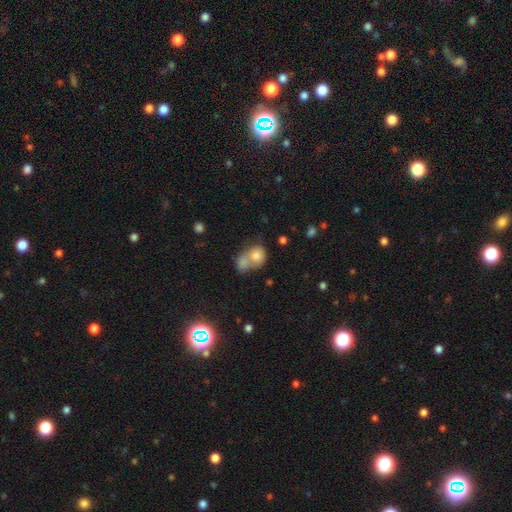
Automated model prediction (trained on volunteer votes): Smooth or featured?
  - smooth: 80% *
  - featured or disk: 11%
  - star or artifact: 9%
How rounded?
  - round: 64% *
  - in between: 35%
  - cigar-shaped: 1%
Merging?
  - merger: 65% *
  - none: 24%
  - minor disturbance: 7%
  - major disturbance: 4%